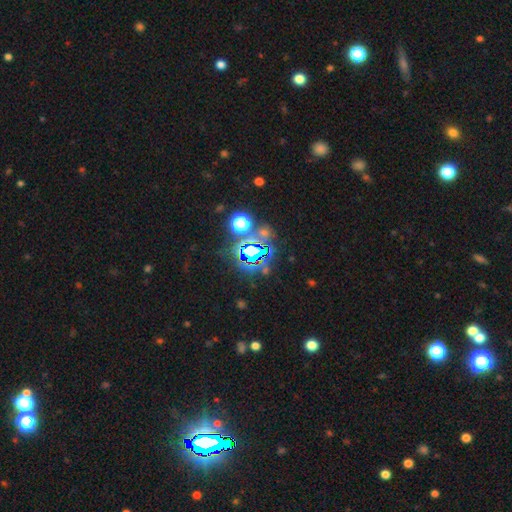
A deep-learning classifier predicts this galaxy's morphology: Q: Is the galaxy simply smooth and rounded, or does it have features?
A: star or artifact — 75%.